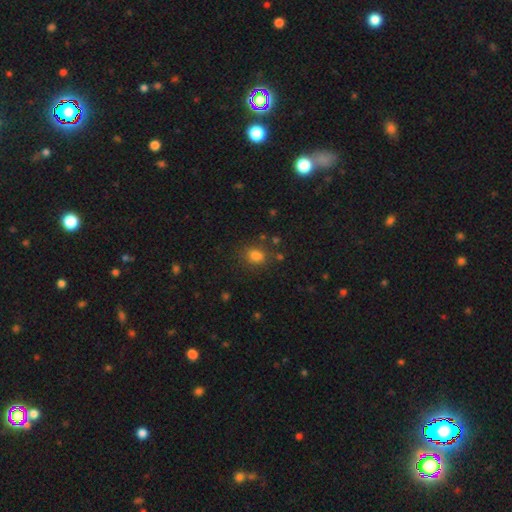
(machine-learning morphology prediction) type=smooth (81%); roundness=in between (60%); merging=none (76%).